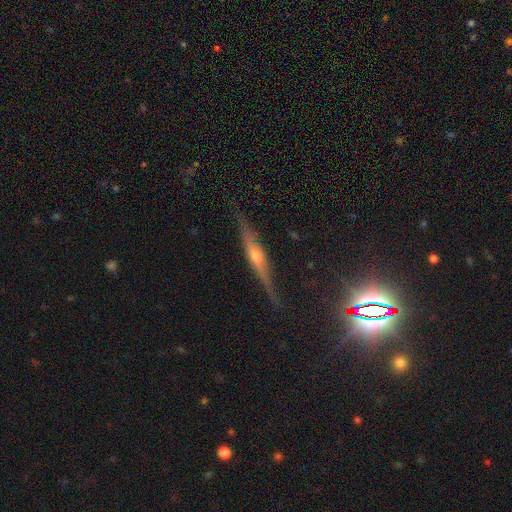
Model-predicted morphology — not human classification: Smooth or featured: featured or disk — 69% (smooth — 21%)
Edge-on disk: yes — 95% (no — 5%)
Edge-on bulge: rounded — 76% (none — 13%)
Merging: none — 83% (minor disturbance — 13%)